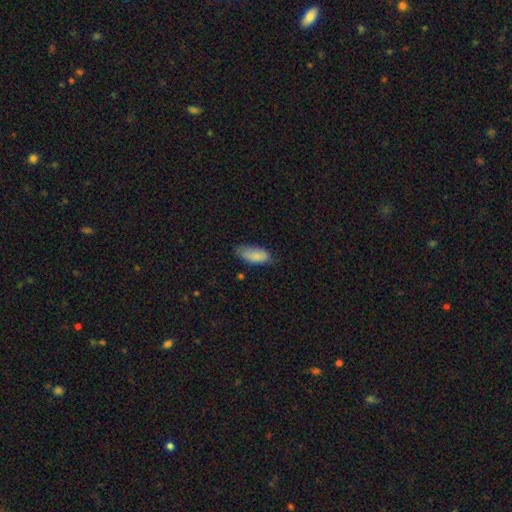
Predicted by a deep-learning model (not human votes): The model was most divided on "merging": none: 63%, minor disturbance: 30%, major disturbance: 5%, merger: 1%. More confident: how rounded — in between (87%); smooth or featured — smooth (85%).